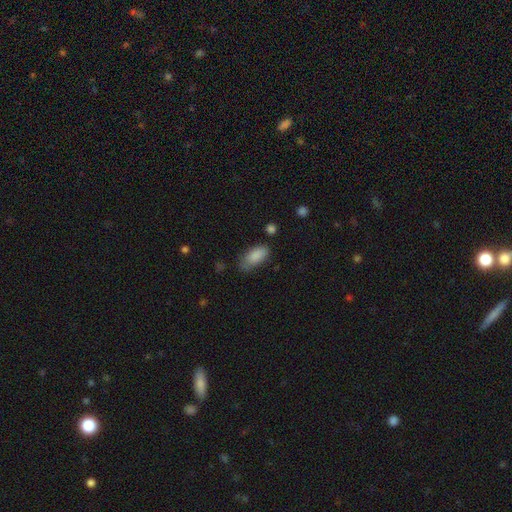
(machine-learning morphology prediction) This appears to be a smooth galaxy with no disk features (87%) that is in between round and cigar-shaped (89%). Merging: none (60%).